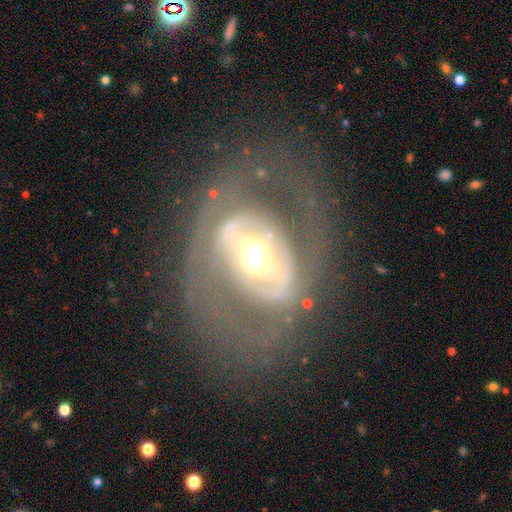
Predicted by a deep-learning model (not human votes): This is likely a featured or disk galaxy (80%). It is clearly not viewed edge-on (94%). Bar: marginally strong (38%). Spiral arm pattern: likely yes (65%). Central bulge: likely moderate (62%). Merging: likely none (62%).